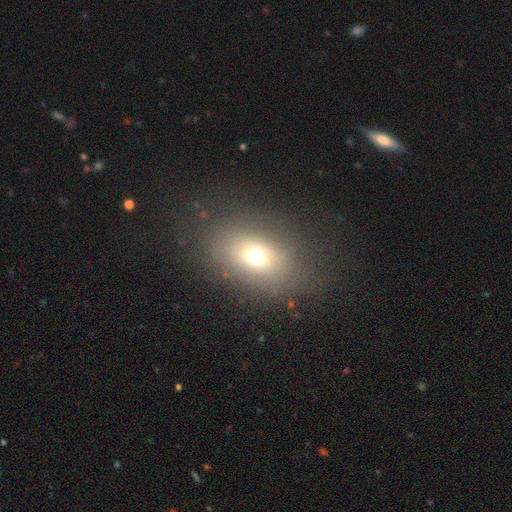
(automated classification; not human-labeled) Smooth or featured: smooth — 67% (star or artifact — 17%)
How rounded: in between — 68% (round — 30%)
Merging: none — 77% (minor disturbance — 13%)